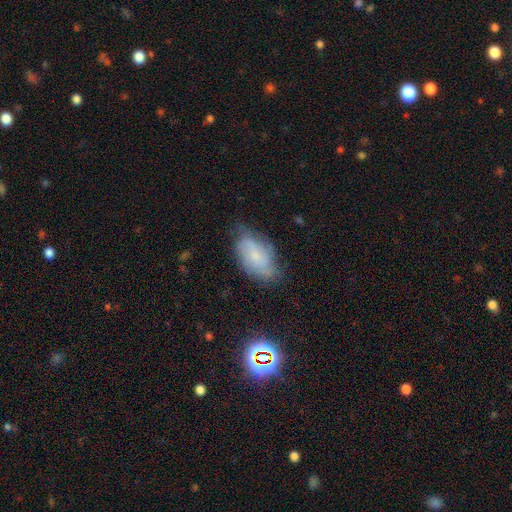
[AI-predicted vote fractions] This is possibly a featured or disk galaxy (54%). It is clearly not viewed edge-on (95%). Bar: likely no (65%). Spiral arm pattern: clearly yes (86%). Central bulge: likely small (61%). Merging: likely none (62%).